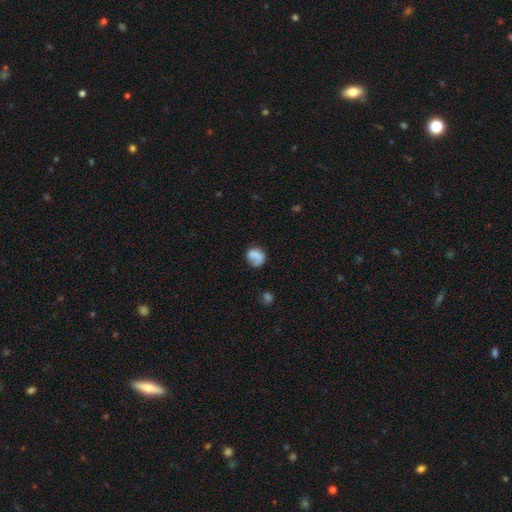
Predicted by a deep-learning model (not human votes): smooth-or-featured: smooth: 67% | featured or disk: 24% | star or artifact: 9%
  how-rounded: round: 68% | in between: 31% | cigar-shaped: 1%
  merging: none: 54% | minor disturbance: 22% | major disturbance: 19% | merger: 4%